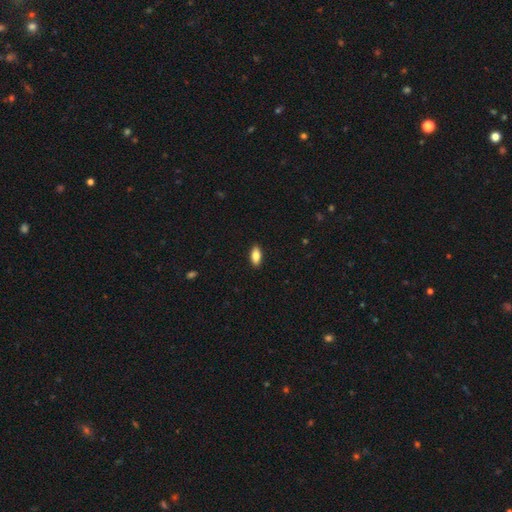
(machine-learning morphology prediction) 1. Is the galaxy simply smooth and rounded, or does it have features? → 83% smooth, 10% featured or disk, 7% star or artifact.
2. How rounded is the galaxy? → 88% in between, 9% cigar-shaped, 3% round.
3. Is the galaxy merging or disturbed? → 90% none, 7% minor disturbance, 2% major disturbance, 1% merger.